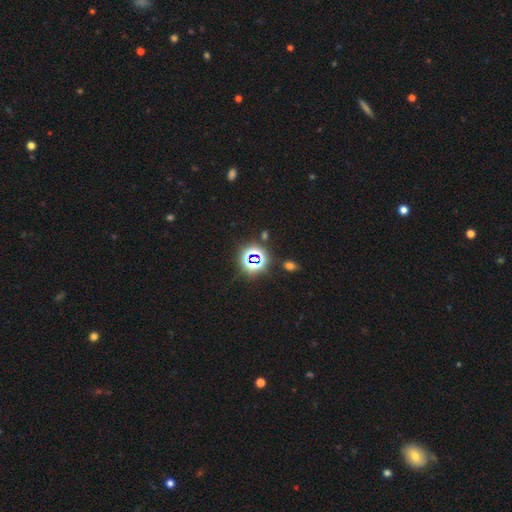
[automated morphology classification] Q: Smooth or featured?
A: star or artifact (72%); runner-up: smooth (19%)